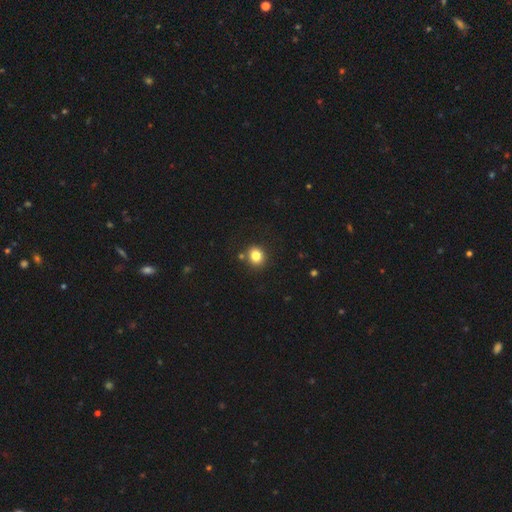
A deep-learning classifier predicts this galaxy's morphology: Smooth or featured: smooth — 82% (star or artifact — 12%)
How rounded: round — 80% (in between — 19%)
Merging: none — 83% (minor disturbance — 9%)